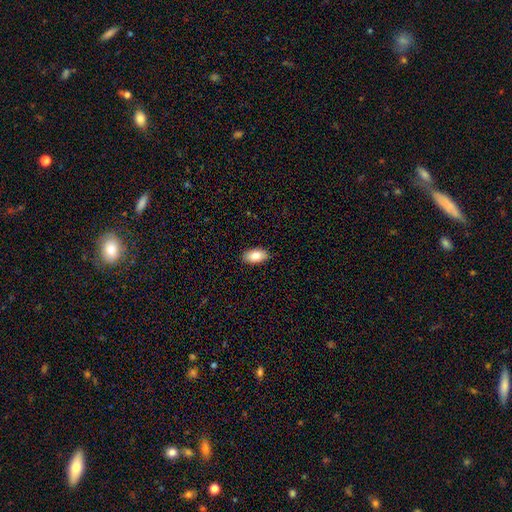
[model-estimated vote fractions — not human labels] Smooth or featured? Predicted: smooth (p=0.81). How rounded? Predicted: in between (p=0.93). Merging? Predicted: none (p=0.89).